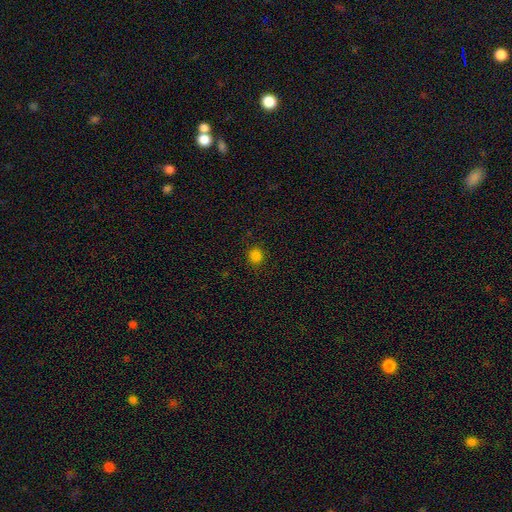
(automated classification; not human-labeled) smooth-or-featured: smooth: 82% | star or artifact: 14% | featured or disk: 3%
  how-rounded: round: 86% | in between: 13% | cigar-shaped: 1%
  merging: none: 90% | minor disturbance: 7% | major disturbance: 2% | merger: 1%